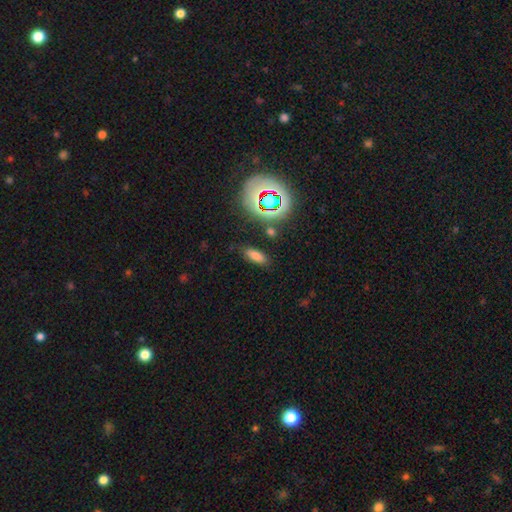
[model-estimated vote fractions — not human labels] smooth-or-featured: smooth: 70% | star or artifact: 19% | featured or disk: 10%
  how-rounded: in between: 74% | cigar-shaped: 21% | round: 5%
  merging: none: 82% | minor disturbance: 11% | major disturbance: 3% | merger: 3%